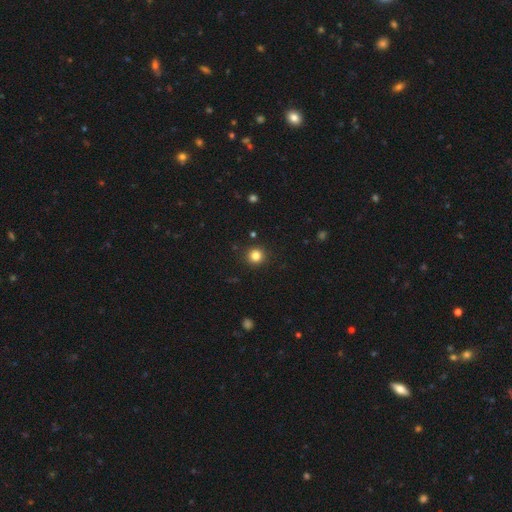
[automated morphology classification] Smooth or featured: smooth — 82% (star or artifact — 13%)
How rounded: round — 94% (in between — 5%)
Merging: none — 92% (minor disturbance — 5%)